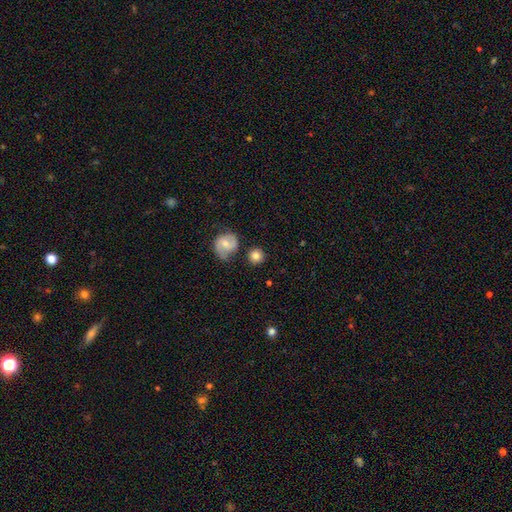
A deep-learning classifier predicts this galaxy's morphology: Smooth or featured? Predicted: smooth (p=0.77). How rounded? Predicted: round (p=0.92). Merging? Predicted: none (p=0.79).